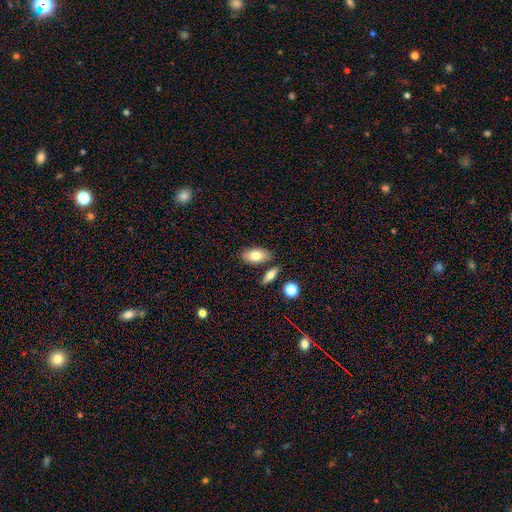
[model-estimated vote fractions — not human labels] A smooth galaxy with no disk features (79%) that is in between round and cigar-shaped (91%).

Vote fractions:
- Smooth or featured? smooth: 79% / featured or disk: 14% / star or artifact: 7%
- How rounded? in between: 91% / cigar-shaped: 5% / round: 4%
- Merging? none: 77% / minor disturbance: 11% / merger: 10% / major disturbance: 3%